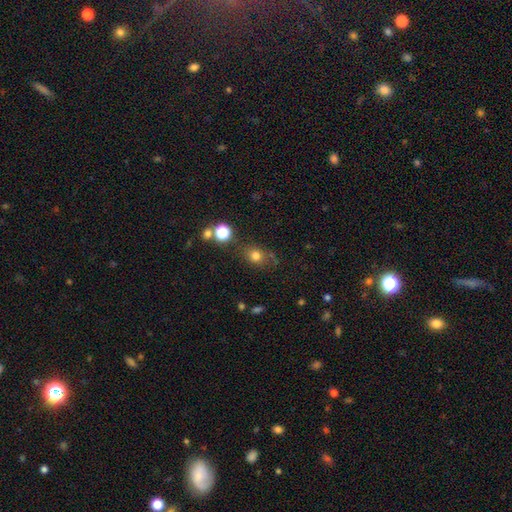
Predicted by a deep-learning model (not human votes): A smooth galaxy with no disk features (75%) that is round (66%). Merging: none (71%).